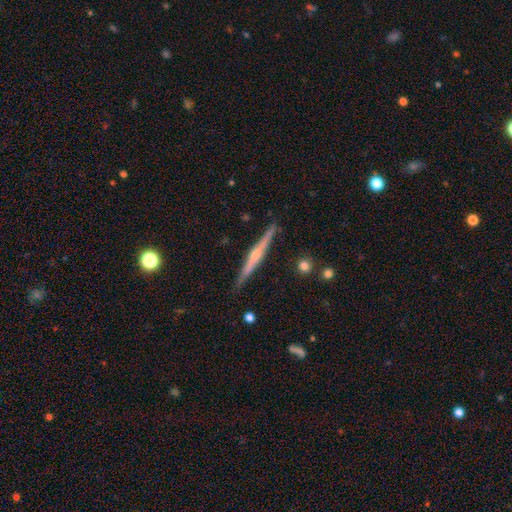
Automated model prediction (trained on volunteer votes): A featured or disk galaxy (78%) viewed edge-on (98%) with a rounded central bulge (77%).

Vote fractions:
- Smooth or featured? featured or disk: 78% / smooth: 17% / star or artifact: 6%
- Edge-on disk? yes: 98% / no: 2%
- Edge-on bulge? rounded: 77% / none: 16% / boxy: 7%
- Merging? none: 91% / minor disturbance: 7% / major disturbance: 1% / merger: 1%